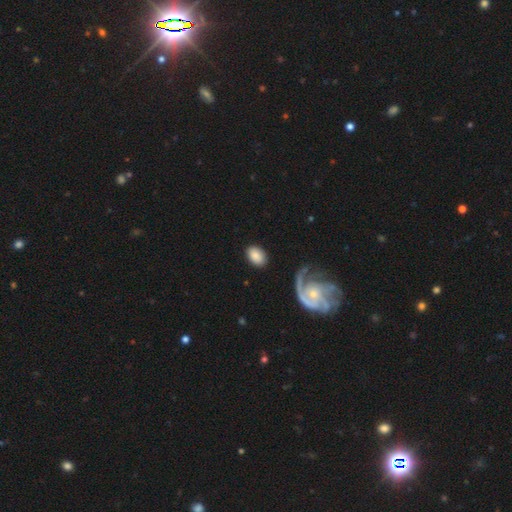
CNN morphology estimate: smooth-or-featured: smooth: 80% | featured or disk: 14% | star or artifact: 7%
  how-rounded: in between: 83% | round: 16% | cigar-shaped: 1%
  merging: none: 83% | minor disturbance: 11% | major disturbance: 4% | merger: 2%